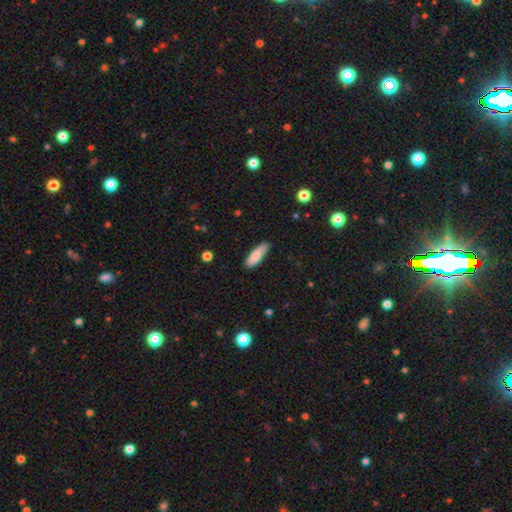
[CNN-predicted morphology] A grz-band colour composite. It shows a smooth galaxy with no disk features (81%) that is in between round and cigar-shaped (56%). Merging: none (81%).